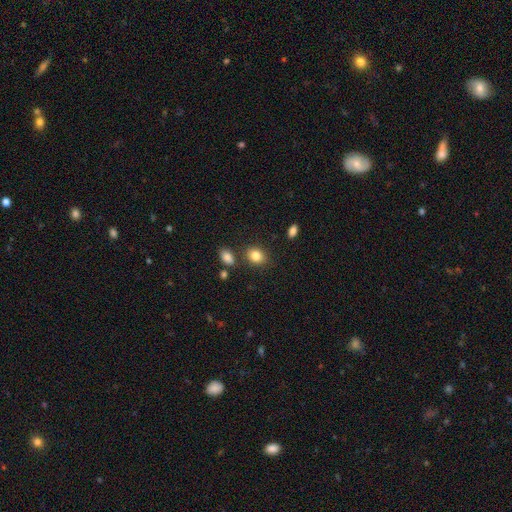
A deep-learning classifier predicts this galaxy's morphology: smooth_or_featured: smooth (p=0.84) [alt: star or artifact p=0.10]
how_rounded: in between (p=0.53) [alt: round p=0.46]
merging: none (p=0.79) [alt: minor disturbance p=0.11]